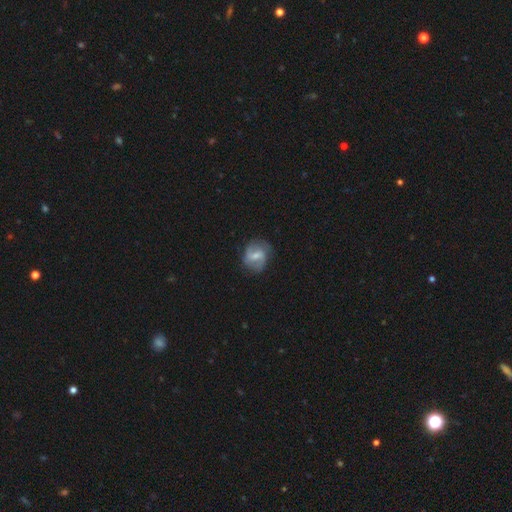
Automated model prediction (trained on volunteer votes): Smooth or featured? featured or disk (66%)
Edge-on disk? no (97%)
Bar? weak (53%)
Spiral arms? yes (84%)
Spiral winding? medium (44%)
Spiral arm count? 2 (75%)
Bulge size? small (45%, tied with moderate)
Merging? none (70%)